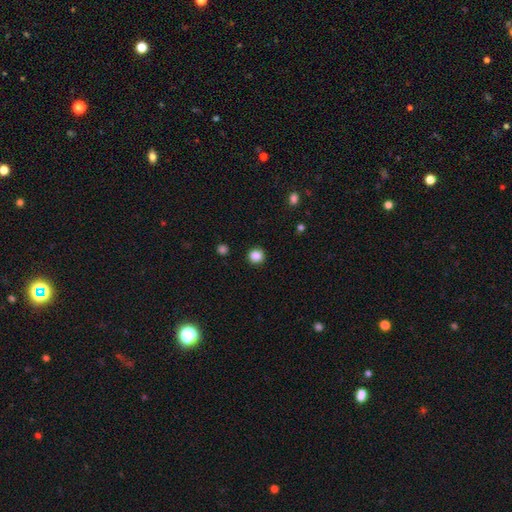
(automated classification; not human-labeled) A smooth galaxy with no disk features (86%) that is round (91%).

Vote fractions:
- Smooth or featured? smooth: 86% / star or artifact: 11% / featured or disk: 3%
- How rounded? round: 91% / in between: 8% / cigar-shaped: 1%
- Merging? none: 90% / minor disturbance: 6% / major disturbance: 2% / merger: 1%